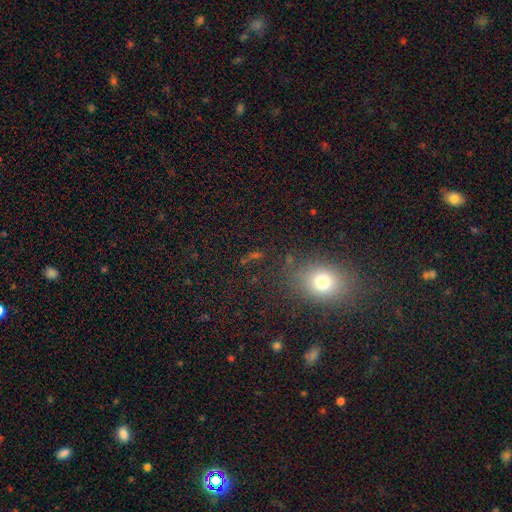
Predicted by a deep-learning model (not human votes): Smooth or featured? Predicted: smooth (p=0.55). How rounded? Predicted: round (p=0.48). Merging? Predicted: none (p=0.77).